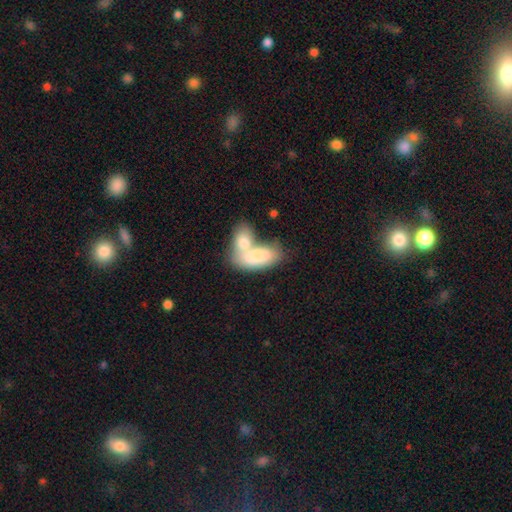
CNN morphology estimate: Smooth or featured: smooth — 79% (featured or disk — 16%)
How rounded: in between — 90% (cigar-shaped — 6%)
Merging: merger — 68% (none — 18%)